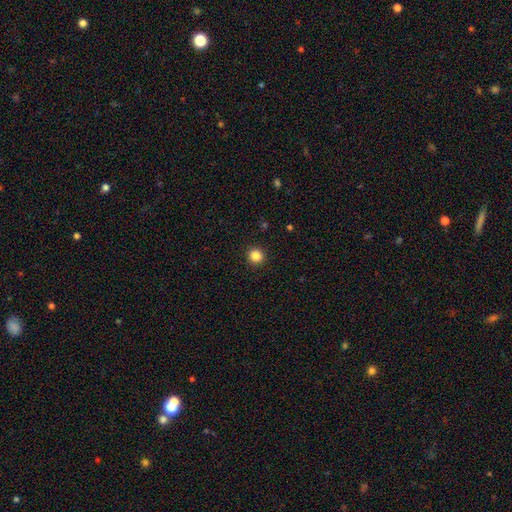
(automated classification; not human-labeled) Smooth or featured: smooth — 86% (star or artifact — 11%)
How rounded: round — 92% (in between — 7%)
Merging: none — 92% (minor disturbance — 5%)